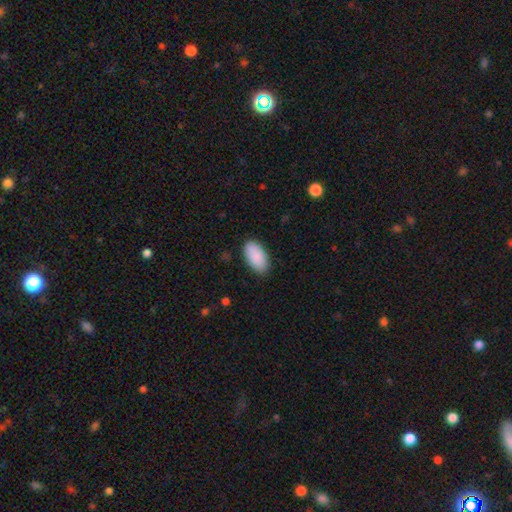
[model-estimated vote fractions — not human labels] smooth-or-featured: smooth: 90% | star or artifact: 6% | featured or disk: 4%
  how-rounded: in between: 95% | cigar-shaped: 3% | round: 2%
  merging: none: 86% | minor disturbance: 10% | major disturbance: 2% | merger: 1%